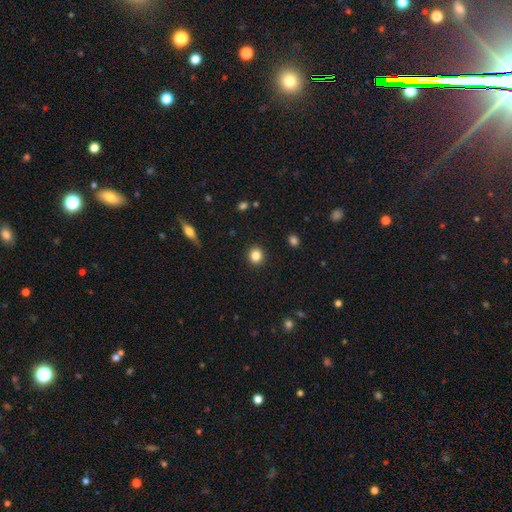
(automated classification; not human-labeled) smooth 85%, star or artifact 10%, featured or disk 5%. Down the decision tree: how rounded — round (88%); merging — none (92%).